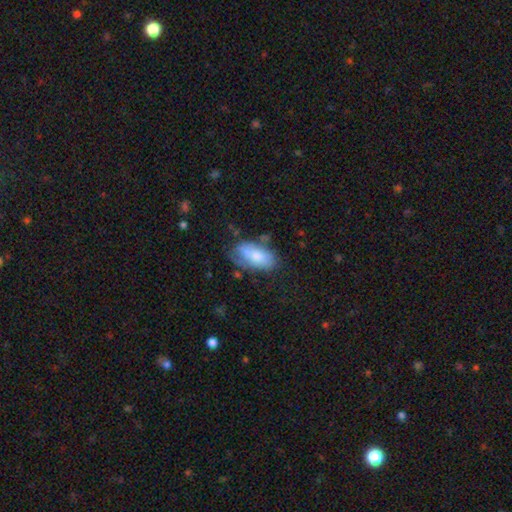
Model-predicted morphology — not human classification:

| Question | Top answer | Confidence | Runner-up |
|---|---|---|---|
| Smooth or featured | smooth | 71% | featured or disk (22%) |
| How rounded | in between | 92% | cigar-shaped (5%) |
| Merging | none | 52% | minor disturbance (29%) |